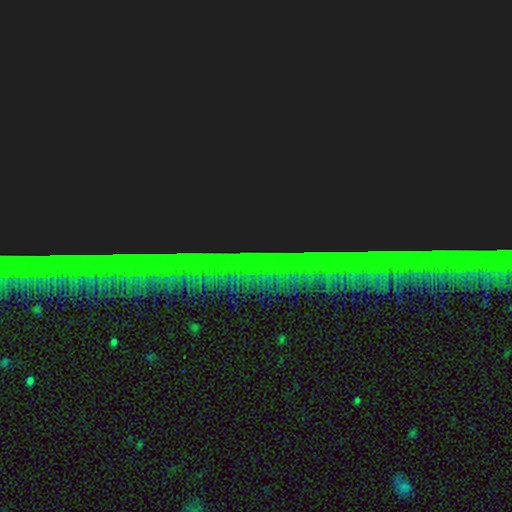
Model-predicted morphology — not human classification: star or artifact 87%, featured or disk 7%, smooth 6%.